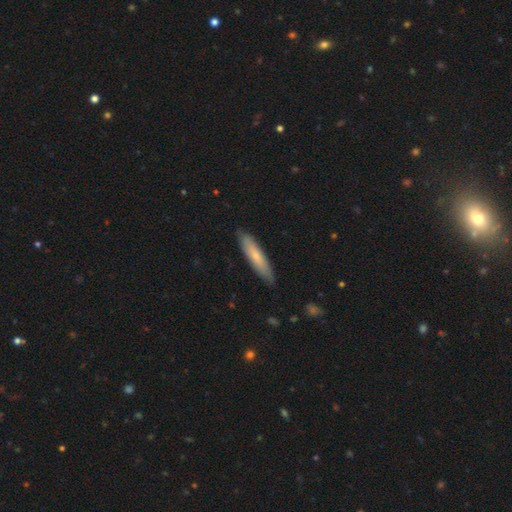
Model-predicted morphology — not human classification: type=smooth (66%); roundness=cigar-shaped (84%); merging=none (86%).